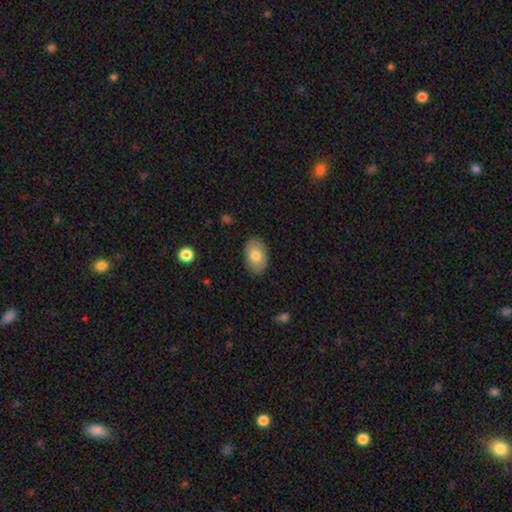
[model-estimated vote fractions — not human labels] Morphology: type=smooth (76%); roundness=in between (88%); merging=none (86%).